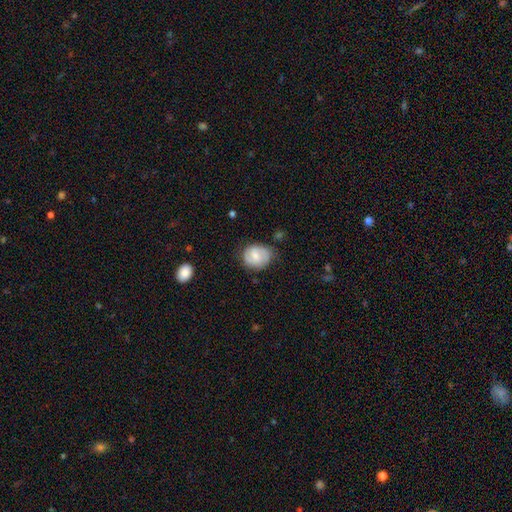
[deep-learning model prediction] This is possibly a smooth galaxy (47%). Merging: likely none (64%).